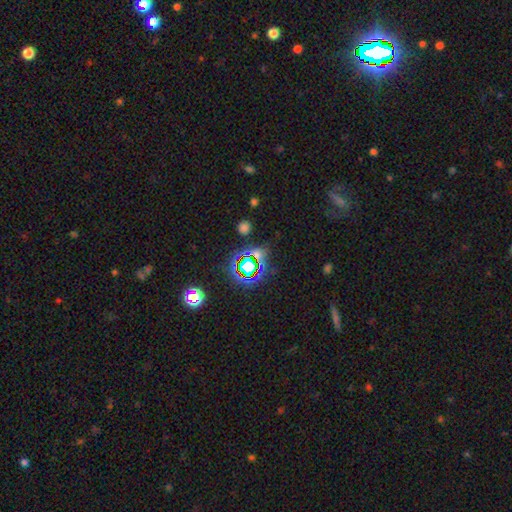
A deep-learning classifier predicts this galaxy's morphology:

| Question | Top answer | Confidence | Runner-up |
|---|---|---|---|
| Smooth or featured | star or artifact | 66% | smooth (23%) |